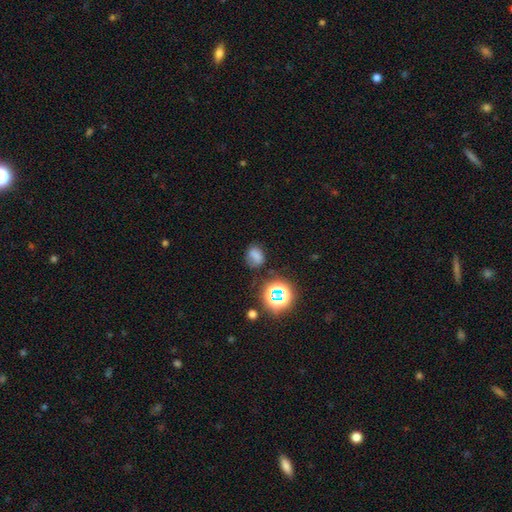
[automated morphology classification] type=smooth (65%); roundness=in between (60%); merging=none (61%).